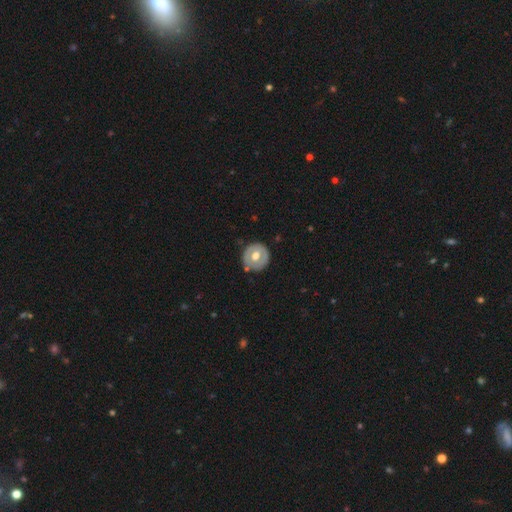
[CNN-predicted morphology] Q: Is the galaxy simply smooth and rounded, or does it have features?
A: featured or disk — 48%.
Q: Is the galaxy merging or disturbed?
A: none — 82%.